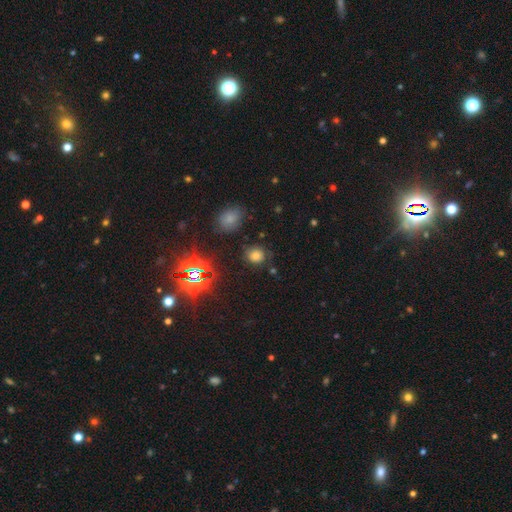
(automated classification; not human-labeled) A smooth galaxy with no disk features (65%) that is round (77%). Merging: none (78%).